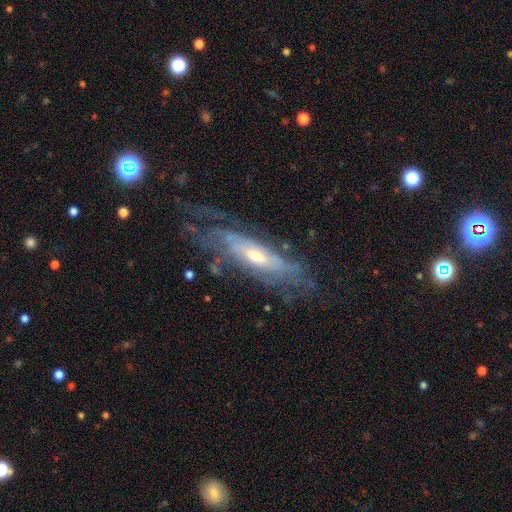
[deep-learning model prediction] A featured or disk galaxy (79%) with no bar (64%), spiral arms (81%) and a moderate central bulge (54%).

Vote fractions:
- Smooth or featured? featured or disk: 79% / smooth: 14% / star or artifact: 7%
- Edge-on disk? no: 71% / yes: 29%
- Bar? no: 64% / weak: 26% / strong: 10%
- Spiral arms? yes: 81% / no: 19%
- Bulge size? moderate: 54% / small: 38% / large: 5% / none: 1% / dominant: 1%
- Merging? none: 63% / minor disturbance: 21% / major disturbance: 14% / merger: 2%